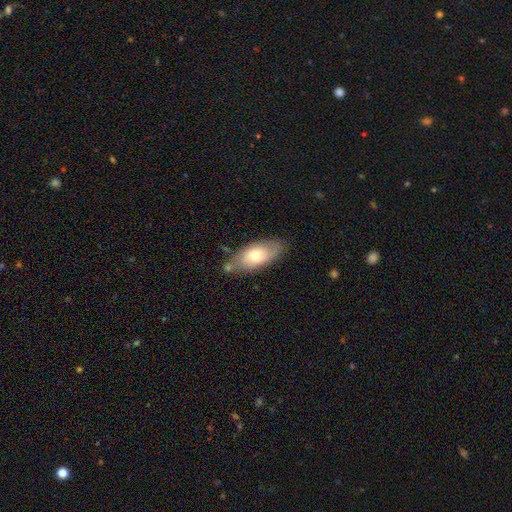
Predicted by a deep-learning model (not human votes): Q: Smooth or featured?
A: smooth (66%); runner-up: featured or disk (27%)
Q: How rounded?
A: in between (89%); runner-up: cigar-shaped (8%)
Q: Merging?
A: none (68%); runner-up: minor disturbance (19%)